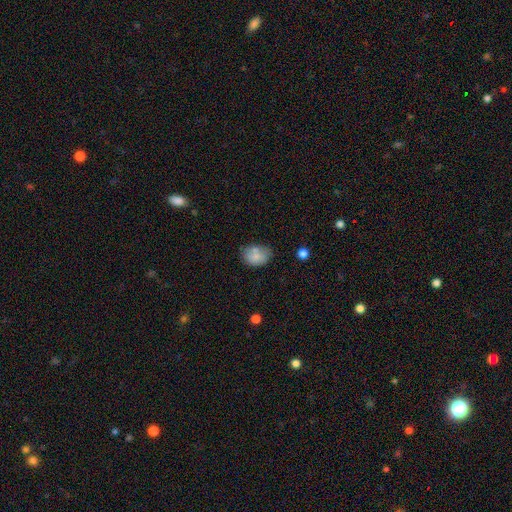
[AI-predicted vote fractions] smooth_or_featured: smooth (p=0.75) [alt: featured or disk p=0.17]
how_rounded: in between (p=0.72) [alt: round p=0.26]
merging: none (p=0.54) [alt: minor disturbance p=0.25]